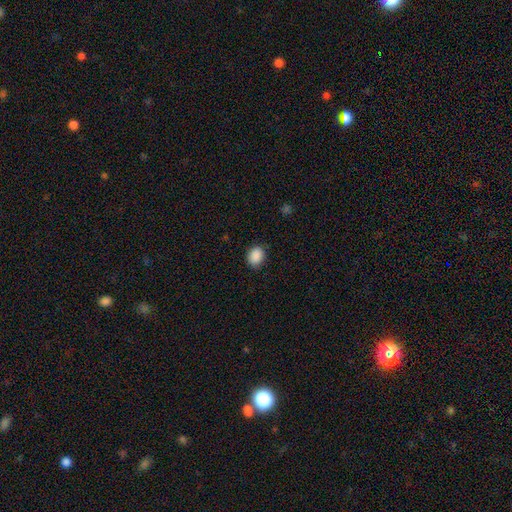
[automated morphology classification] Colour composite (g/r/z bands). It shows a smooth galaxy with no disk features (89%) that is in between round and cigar-shaped (55%). Merging: none (83%).